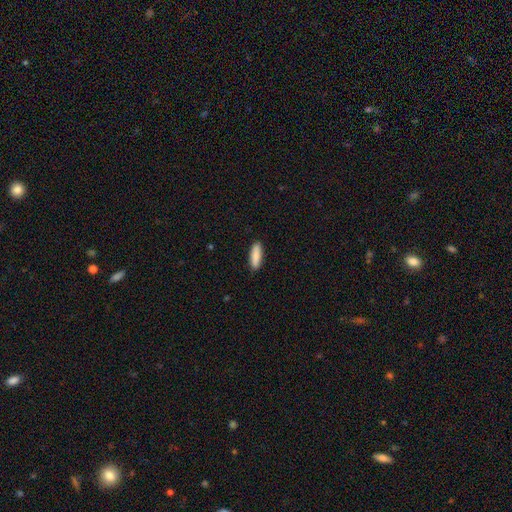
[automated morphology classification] A smooth galaxy with no disk features (88%) that is cigar-shaped (53%).

Vote fractions:
- Smooth or featured? smooth: 88% / featured or disk: 6% / star or artifact: 6%
- How rounded? cigar-shaped: 53% / in between: 46% / round: 2%
- Merging? none: 89% / minor disturbance: 8% / major disturbance: 2% / merger: 1%